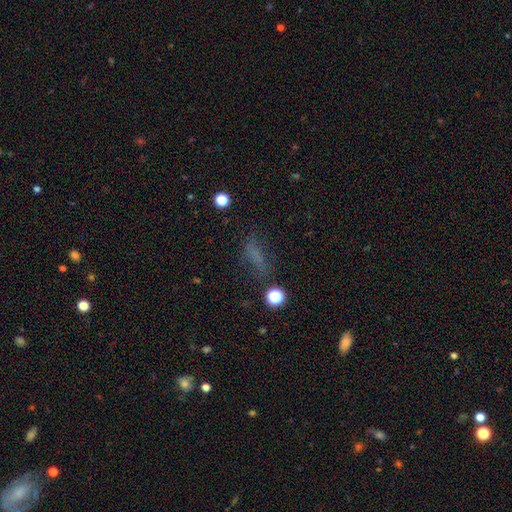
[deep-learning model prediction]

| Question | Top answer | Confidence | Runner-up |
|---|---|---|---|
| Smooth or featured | smooth | 59% | star or artifact (24%) |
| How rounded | cigar-shaped | 47% | in between (43%) |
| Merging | none | 63% | minor disturbance (19%) |